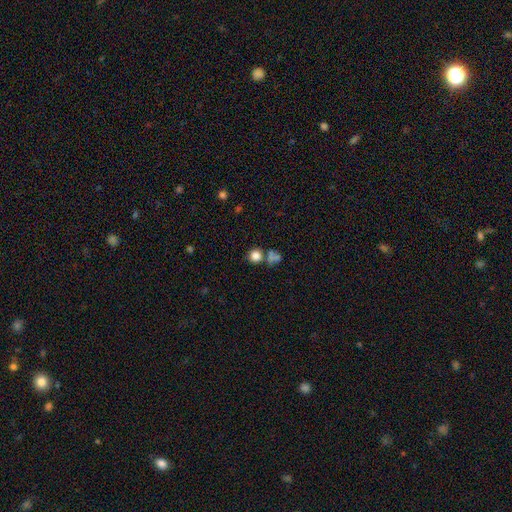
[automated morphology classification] smooth 79%, star or artifact 14%, featured or disk 8%. Down the decision tree: how rounded — round (88%); merging — none (61%).